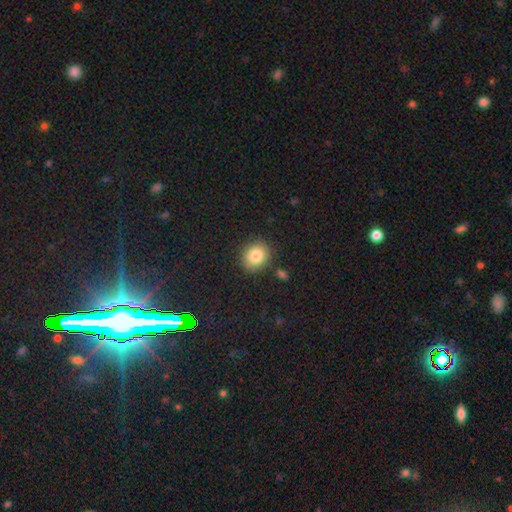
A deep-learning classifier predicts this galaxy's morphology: type=smooth (83%); roundness=round (70%); merging=none (85%).